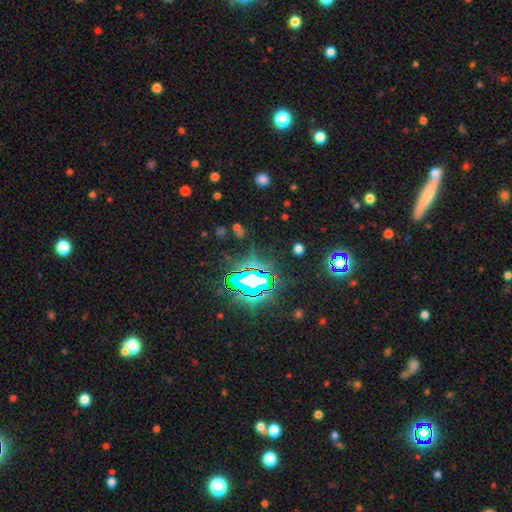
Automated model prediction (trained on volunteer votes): Smooth or featured: star or artifact — 83% (smooth — 10%)